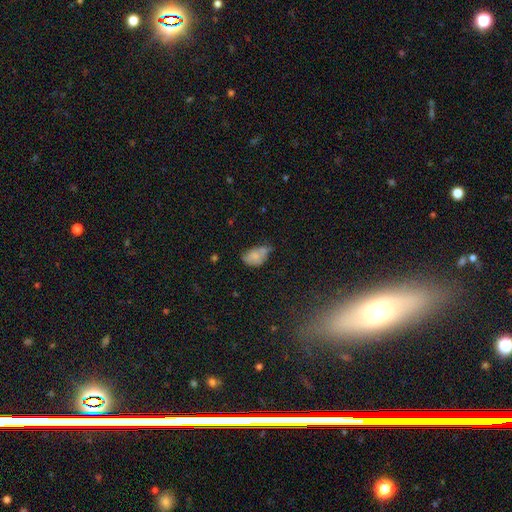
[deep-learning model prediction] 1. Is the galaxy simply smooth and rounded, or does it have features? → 69% smooth, 19% featured or disk, 12% star or artifact.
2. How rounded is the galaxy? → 86% in between, 12% round, 2% cigar-shaped.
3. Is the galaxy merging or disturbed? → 41% minor disturbance, 29% none, 20% major disturbance, 10% merger.